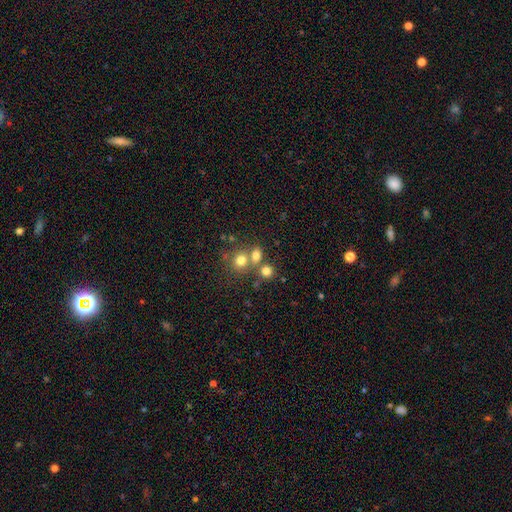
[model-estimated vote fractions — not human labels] Smooth or featured? Predicted: smooth (p=0.74). How rounded? Predicted: round (p=0.67). Merging? Predicted: none (p=0.49).